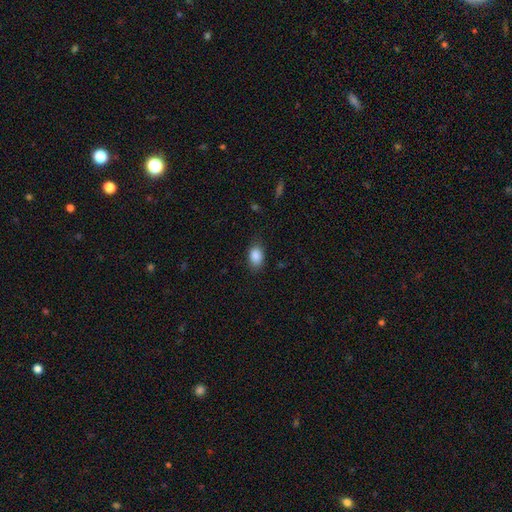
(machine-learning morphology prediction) A smooth galaxy with no disk features (88%) that is in between round and cigar-shaped (84%).

Vote fractions:
- Smooth or featured? smooth: 88% / star or artifact: 8% / featured or disk: 4%
- How rounded? in between: 84% / round: 15% / cigar-shaped: 1%
- Merging? none: 81% / minor disturbance: 14% / major disturbance: 3% / merger: 1%